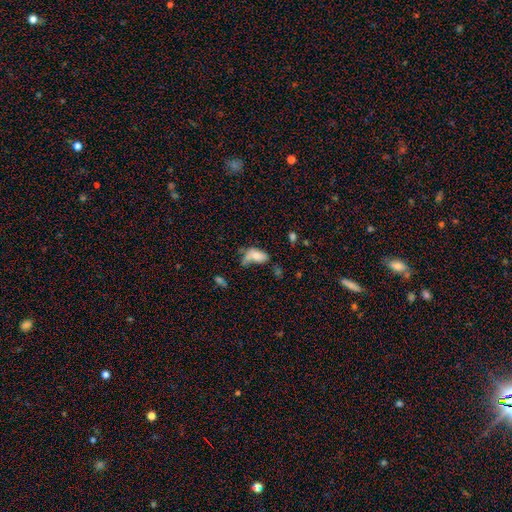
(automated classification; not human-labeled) smooth_or_featured: smooth (p=0.72) [alt: featured or disk p=0.17]
how_rounded: in between (p=0.89) [alt: cigar-shaped p=0.06]
merging: major disturbance (p=0.29) [alt: none p=0.27]